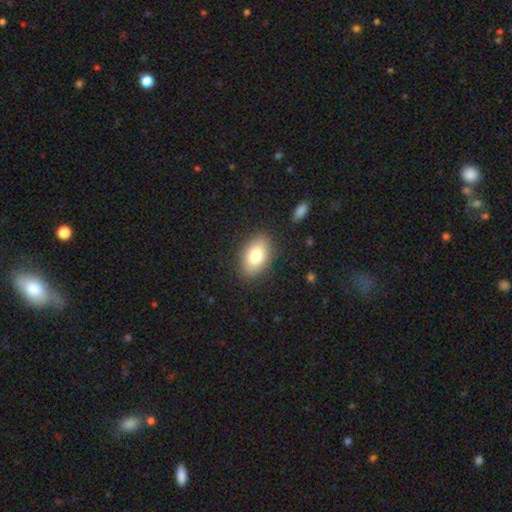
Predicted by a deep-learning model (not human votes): Q: Smooth or featured?
A: smooth (78%); runner-up: featured or disk (13%)
Q: How rounded?
A: in between (89%); runner-up: round (10%)
Q: Merging?
A: none (87%); runner-up: minor disturbance (9%)